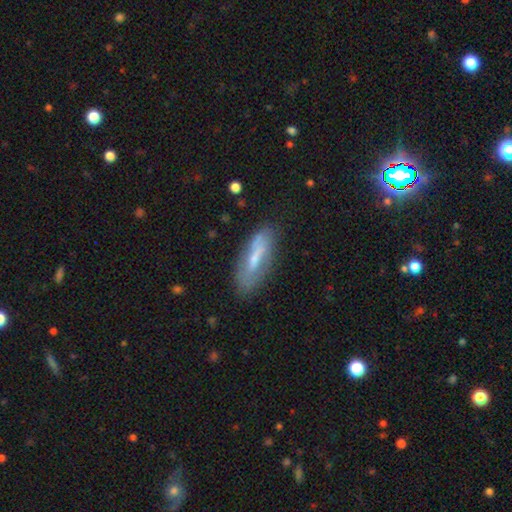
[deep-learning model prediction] Overall: smooth (49%; featured or disk 44%). Merging: none (72%).